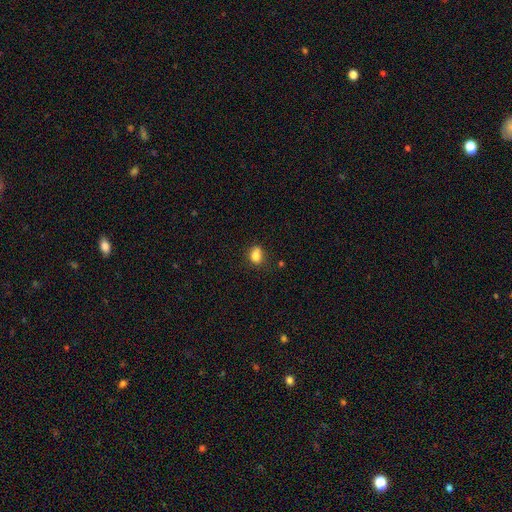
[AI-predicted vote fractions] This appears to be a smooth galaxy with no disk features (81%) that is in between round and cigar-shaped (59%). Merging: none (64%).